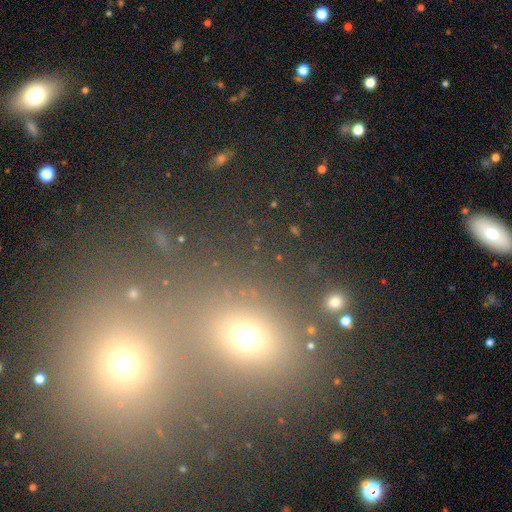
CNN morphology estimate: A smooth galaxy with no disk features (49%). Merging: none (52%).